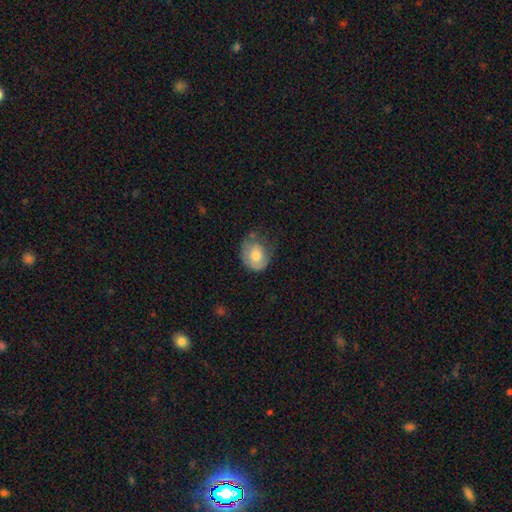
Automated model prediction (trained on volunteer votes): Q: Smooth or featured?
A: smooth (65%); runner-up: featured or disk (28%)
Q: How rounded?
A: round (54%); runner-up: in between (46%)
Q: Merging?
A: none (44%); runner-up: minor disturbance (35%)